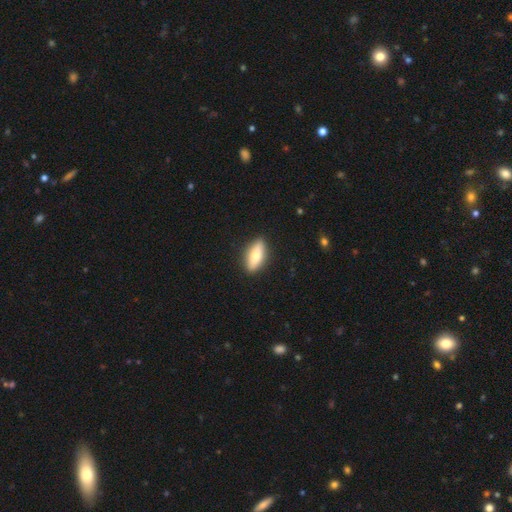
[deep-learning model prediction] smooth-or-featured: smooth: 68% | featured or disk: 26% | star or artifact: 6%
  how-rounded: in between: 71% | cigar-shaped: 26% | round: 3%
  merging: none: 88% | minor disturbance: 9% | major disturbance: 2% | merger: 1%